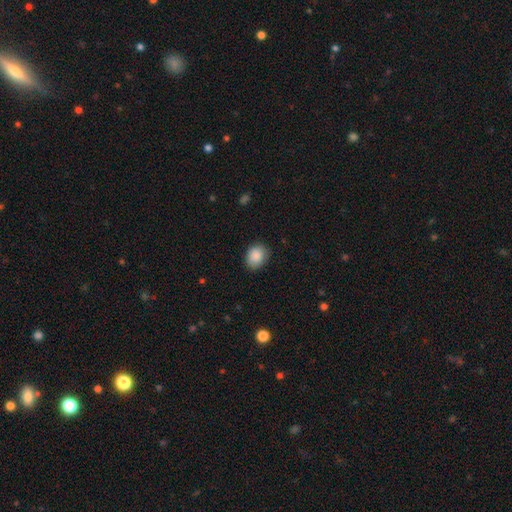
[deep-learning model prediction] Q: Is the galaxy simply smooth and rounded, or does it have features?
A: smooth — 88%.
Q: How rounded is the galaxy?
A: in between — 54%.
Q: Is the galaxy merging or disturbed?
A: none — 80%.